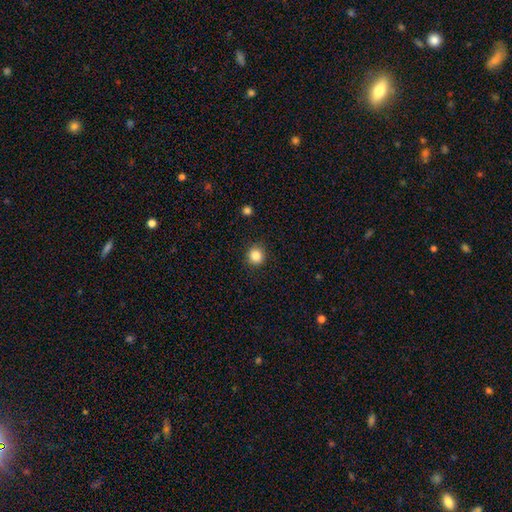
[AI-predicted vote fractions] smooth 85%, star or artifact 11%, featured or disk 4%. Down the decision tree: how rounded — round (92%); merging — none (90%).